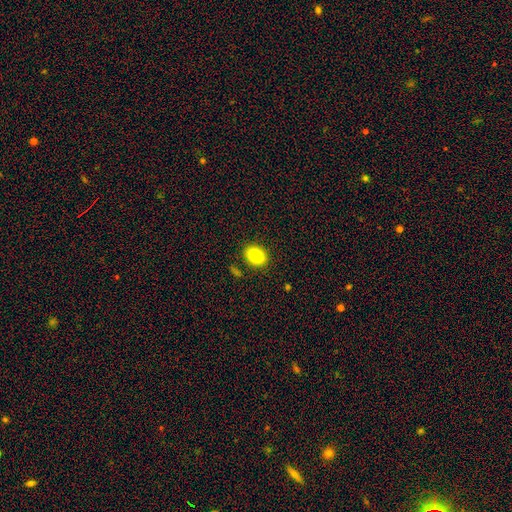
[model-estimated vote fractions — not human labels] smooth-or-featured: smooth: 82% | featured or disk: 9% | star or artifact: 9%
  how-rounded: in between: 65% | round: 35% | cigar-shaped: 1%
  merging: none: 87% | minor disturbance: 9% | merger: 2% | major disturbance: 2%